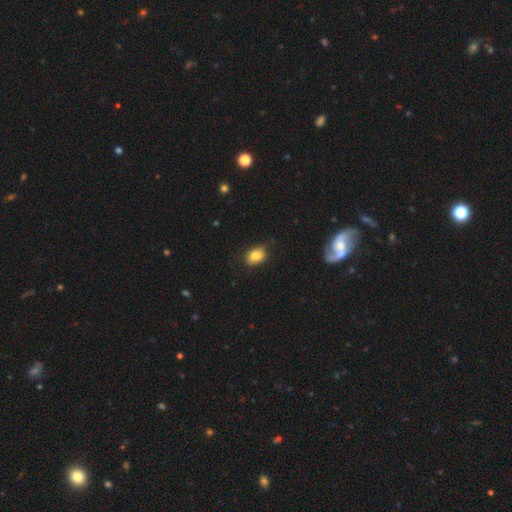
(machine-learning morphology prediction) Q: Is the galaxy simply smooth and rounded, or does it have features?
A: smooth — 81%.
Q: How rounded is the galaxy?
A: in between — 72%.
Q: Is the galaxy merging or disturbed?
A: none — 79%.